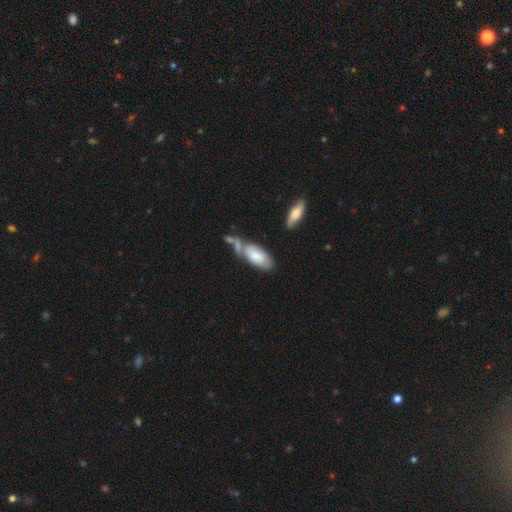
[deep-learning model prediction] The model was most divided on "merging": none: 38%, merger: 34%, minor disturbance: 19%, major disturbance: 9%. More confident: how rounded — in between (87%); smooth or featured — smooth (64%).